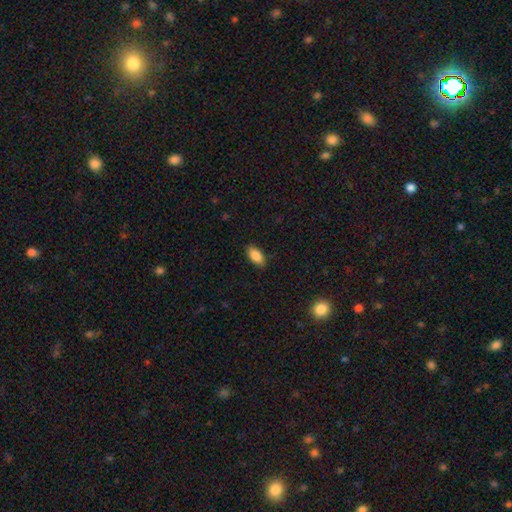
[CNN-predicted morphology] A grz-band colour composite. It shows a smooth galaxy with no disk features (87%) that is in between round and cigar-shaped (91%). Merging: none (84%).